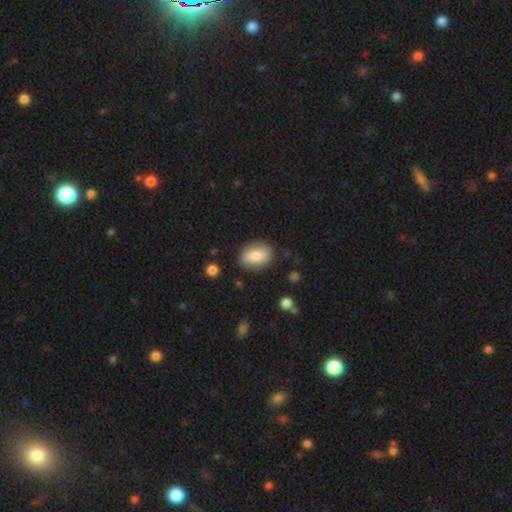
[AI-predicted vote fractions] The model was most divided on "smooth or featured": smooth: 76%, featured or disk: 17%, star or artifact: 7%. More confident: merging — none (81%); how rounded — in between (80%).